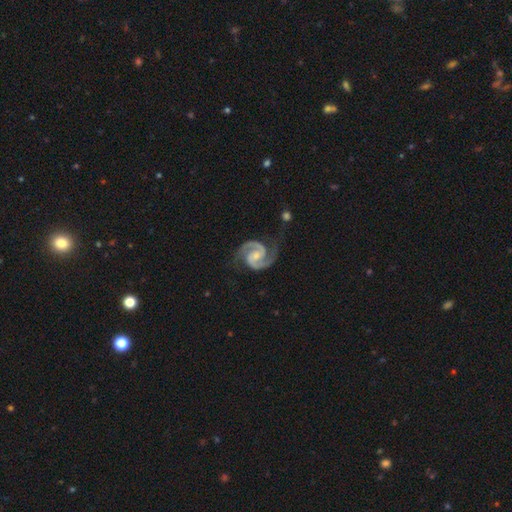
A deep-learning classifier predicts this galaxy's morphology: Smooth or featured? featured or disk (94%)
Edge-on disk? no (98%)
Bar? weak (44%)
Spiral arms? yes (99%)
Spiral winding? medium (58%)
Spiral arm count? 2 (94%)
Bulge size? small (44%)
Merging? none (76%)